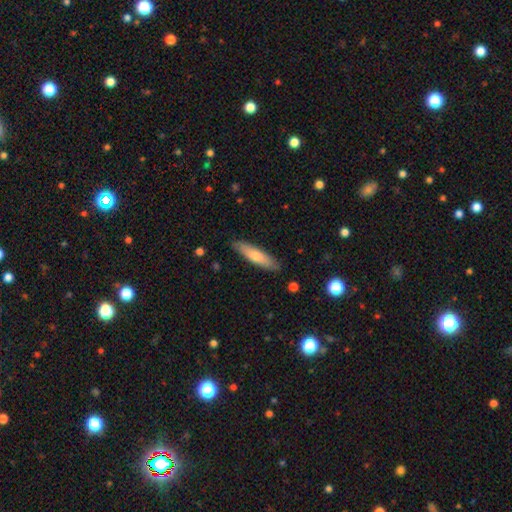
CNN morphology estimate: smooth 68%, featured or disk 26%, star or artifact 5%. Down the decision tree: how rounded — cigar-shaped (73%); merging — none (87%).